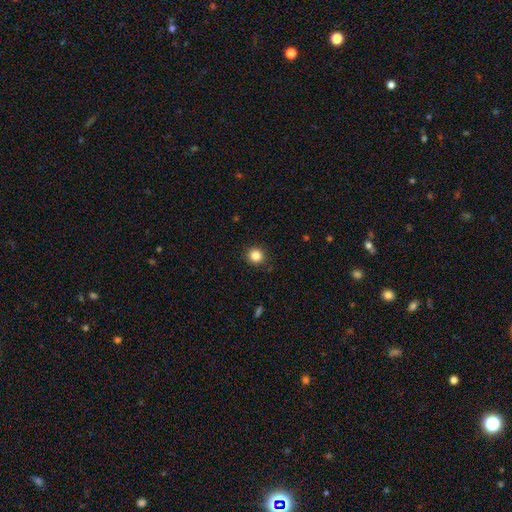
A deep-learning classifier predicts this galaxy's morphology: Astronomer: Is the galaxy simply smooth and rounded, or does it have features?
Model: smooth — 85%.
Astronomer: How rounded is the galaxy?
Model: round — 93%.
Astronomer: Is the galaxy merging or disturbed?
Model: none — 90%.